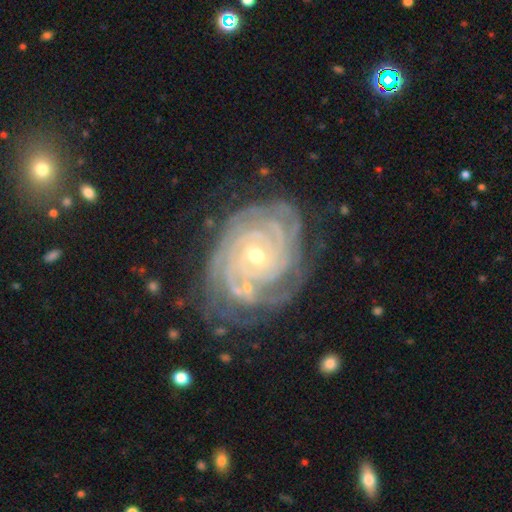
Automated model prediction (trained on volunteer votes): Q: Smooth or featured?
A: featured or disk (91%); runner-up: star or artifact (5%)
Q: Edge-on disk?
A: no (97%); runner-up: yes (3%)
Q: Bar?
A: no (58%); runner-up: weak (31%)
Q: Spiral arms?
A: yes (98%); runner-up: no (2%)
Q: Spiral winding?
A: tight (86%); runner-up: medium (12%)
Q: Spiral arm count?
A: 4 (26%); runner-up: can't tell (21%)
Q: Bulge size?
A: small (64%); runner-up: moderate (33%)
Q: Merging?
A: none (67%); runner-up: minor disturbance (20%)